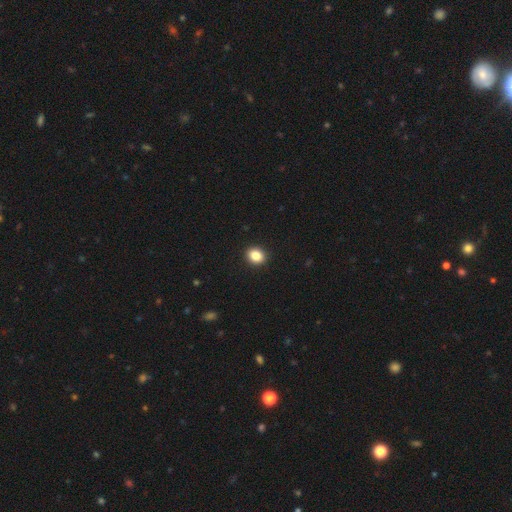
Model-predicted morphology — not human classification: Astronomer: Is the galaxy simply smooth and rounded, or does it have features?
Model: smooth — 86%.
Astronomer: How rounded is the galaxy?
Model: round — 58% (runner-up: in between, 41%).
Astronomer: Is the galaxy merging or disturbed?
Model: none — 92%.